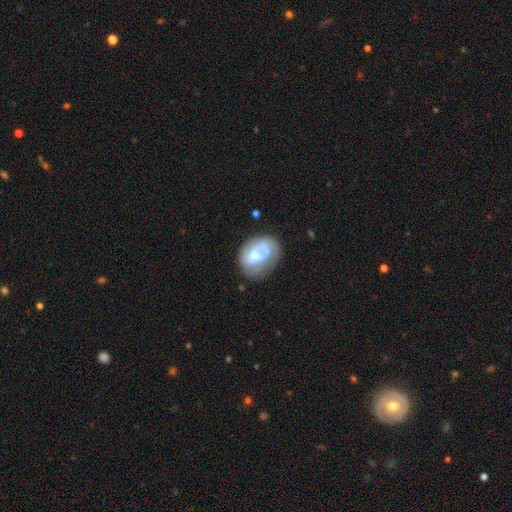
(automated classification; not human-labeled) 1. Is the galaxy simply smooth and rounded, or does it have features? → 55% featured or disk, 37% smooth, 7% star or artifact.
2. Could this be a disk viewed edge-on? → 97% no, 3% yes.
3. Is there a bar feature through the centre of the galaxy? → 57% no, 32% weak, 10% strong.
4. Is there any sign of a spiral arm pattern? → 54% yes, 46% no.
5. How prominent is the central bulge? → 51% moderate, 21% large, 18% small, 8% none, 3% dominant.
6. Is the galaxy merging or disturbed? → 50% none, 25% minor disturbance, 19% major disturbance, 6% merger.